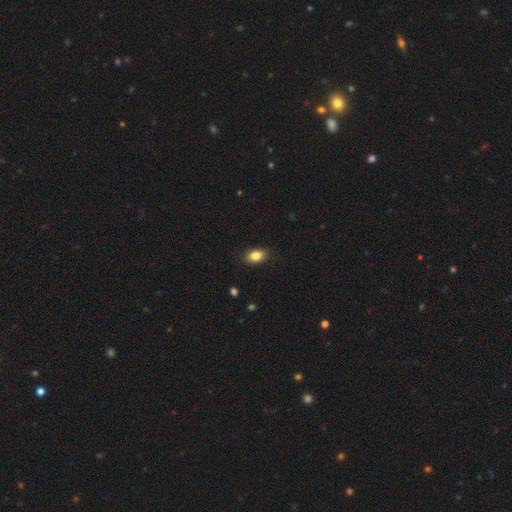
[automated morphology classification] smooth 84%, star or artifact 8%, featured or disk 7%. Down the decision tree: how rounded — in between (86%); merging — none (86%).